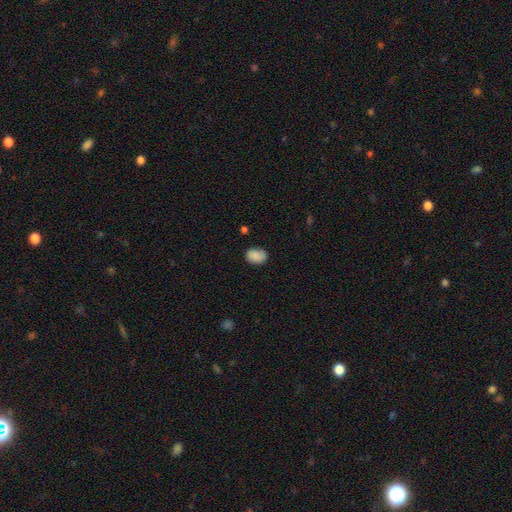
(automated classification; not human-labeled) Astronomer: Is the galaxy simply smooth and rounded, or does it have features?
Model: smooth — 85%.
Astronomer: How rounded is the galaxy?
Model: in between — 78%.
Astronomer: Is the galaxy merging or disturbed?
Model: none — 77%.